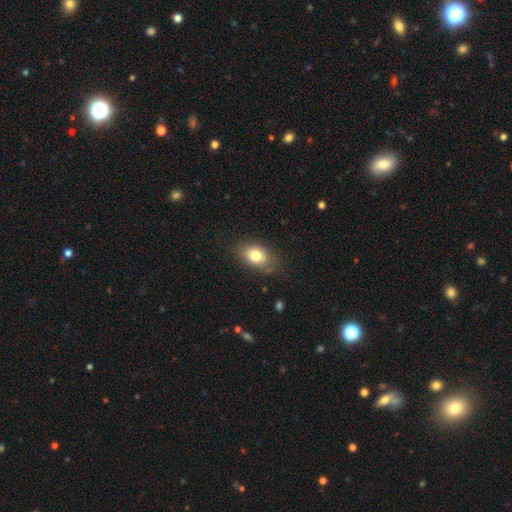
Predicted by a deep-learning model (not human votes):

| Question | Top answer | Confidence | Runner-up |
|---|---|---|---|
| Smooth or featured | smooth | 79% | featured or disk (12%) |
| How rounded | in between | 83% | round (15%) |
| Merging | none | 77% | minor disturbance (17%) |